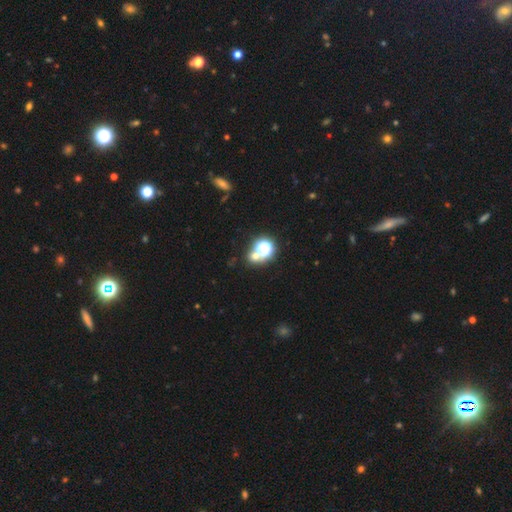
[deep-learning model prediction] This is possibly a smooth galaxy (47%). Merging: possibly none (60%).